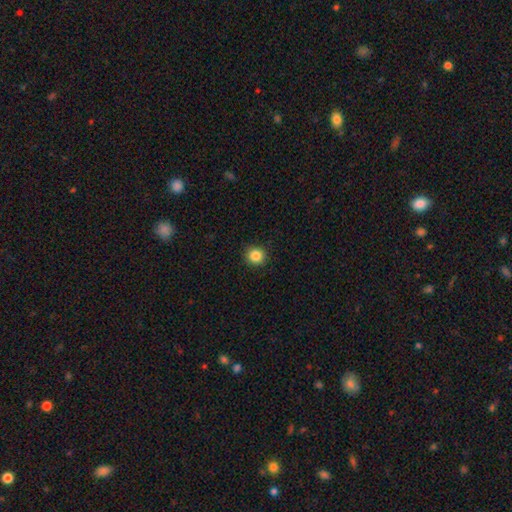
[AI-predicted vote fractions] A smooth galaxy with no disk features (85%) that is round (91%). Merging: none (92%).